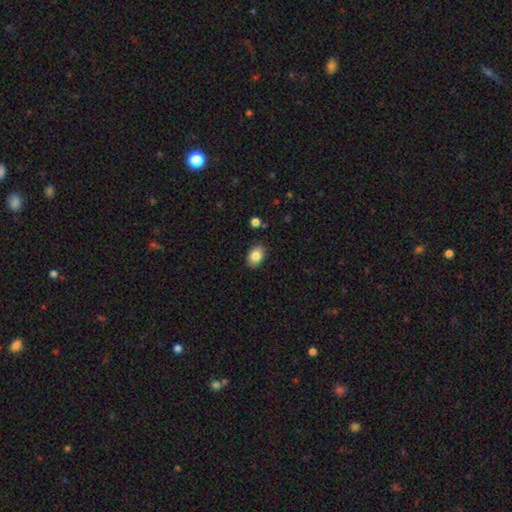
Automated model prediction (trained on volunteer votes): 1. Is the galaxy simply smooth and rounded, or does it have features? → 85% smooth, 8% star or artifact, 7% featured or disk.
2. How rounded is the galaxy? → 84% in between, 15% round, 1% cigar-shaped.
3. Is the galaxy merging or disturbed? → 87% none, 9% minor disturbance, 2% major disturbance, 2% merger.